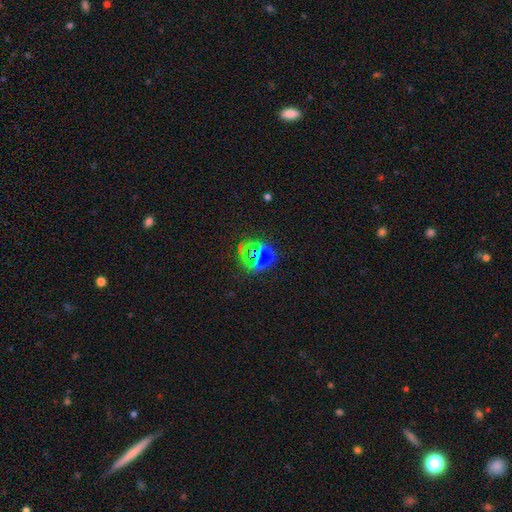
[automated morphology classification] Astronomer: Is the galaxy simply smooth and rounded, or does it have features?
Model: star or artifact — 49% (runner-up: smooth, 36%).